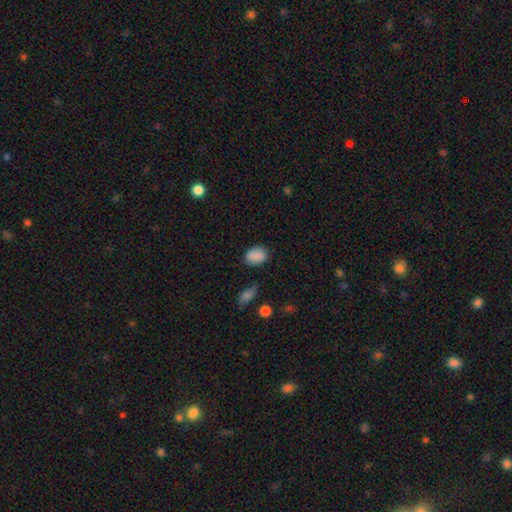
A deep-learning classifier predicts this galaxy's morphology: The model was most divided on "how rounded": in between: 71%, round: 28%, cigar-shaped: 1%. More confident: smooth or featured — smooth (85%); merging — none (74%).